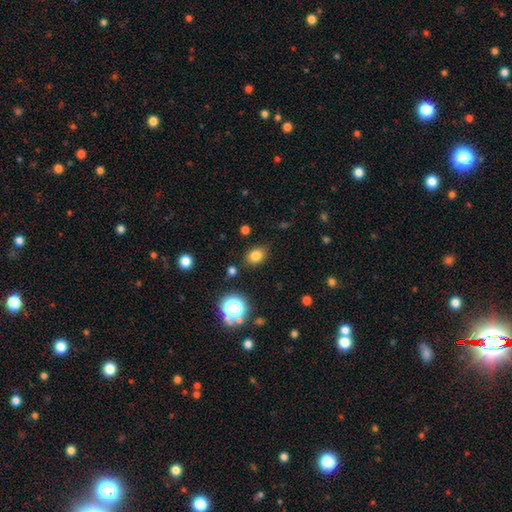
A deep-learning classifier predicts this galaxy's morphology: The model was most divided on "how rounded": in between: 58%, round: 41%, cigar-shaped: 1%. More confident: merging — none (84%); smooth or featured — smooth (79%).